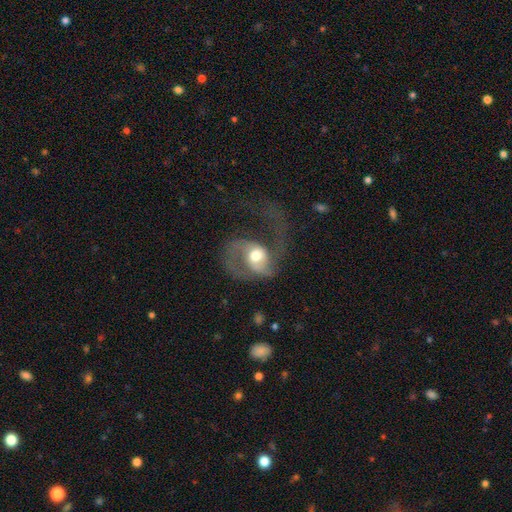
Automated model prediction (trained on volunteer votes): Smooth or featured? Predicted: featured or disk (p=0.66). Edge-on disk? Predicted: no (p=0.97). Bar? Predicted: no (p=0.65). Spiral arms? Predicted: yes (p=0.81). Spiral winding? Predicted: loose (p=0.56). Spiral arm count? Predicted: 2 (p=0.56). Bulge size? Predicted: moderate (p=0.68). Merging? Predicted: major disturbance (p=0.61).